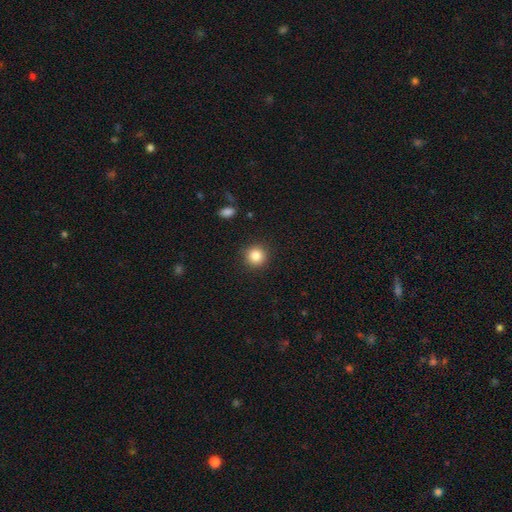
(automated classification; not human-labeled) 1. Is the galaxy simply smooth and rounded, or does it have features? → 85% smooth, 10% star or artifact, 5% featured or disk.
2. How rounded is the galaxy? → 93% round, 6% in between, 1% cigar-shaped.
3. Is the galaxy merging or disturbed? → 91% none, 6% minor disturbance, 2% major disturbance, 1% merger.